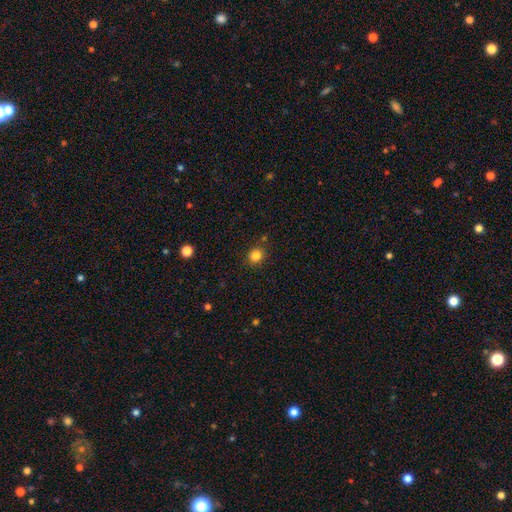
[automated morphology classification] smooth 83%, star or artifact 12%, featured or disk 5%. Down the decision tree: how rounded — round (82%); merging — none (85%).